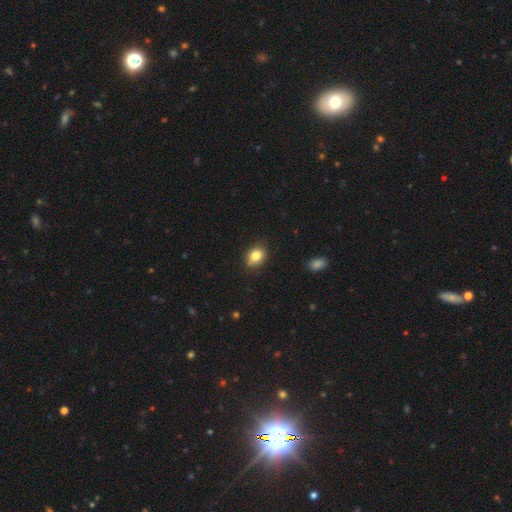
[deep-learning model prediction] The model was most divided on "how rounded": in between: 58%, round: 41%, cigar-shaped: 1%. More confident: merging — none (82%); smooth or featured — smooth (82%).